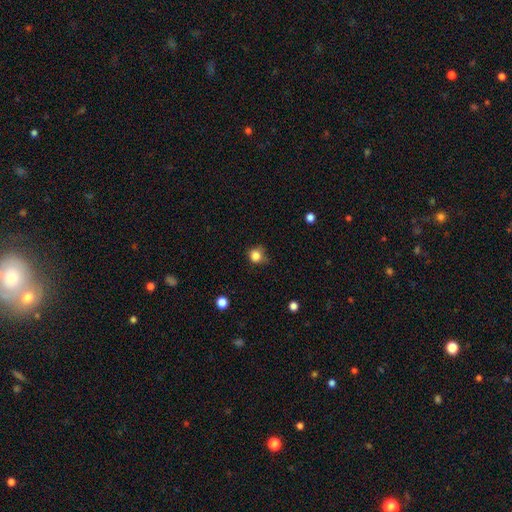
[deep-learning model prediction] smooth_or_featured: smooth (p=0.83) [alt: star or artifact p=0.12]
how_rounded: round (p=0.84) [alt: in between p=0.15]
merging: none (p=0.63) [alt: minor disturbance p=0.28]